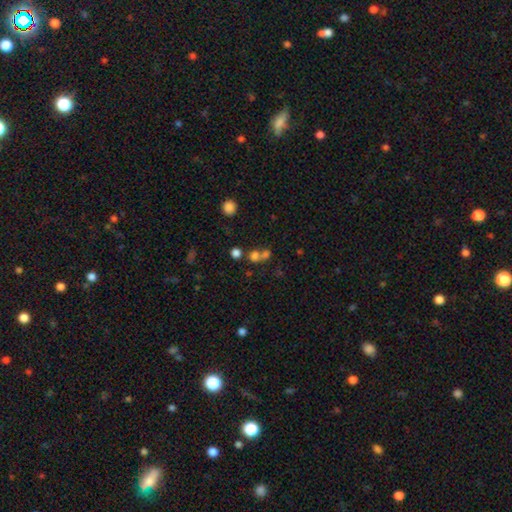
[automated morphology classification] A smooth galaxy with no disk features (64%) that is round (72%).

Vote fractions:
- Smooth or featured? smooth: 64% / star or artifact: 23% / featured or disk: 13%
- How rounded? round: 72% / in between: 26% / cigar-shaped: 2%
- Merging? merger: 52% / none: 37% / minor disturbance: 7% / major disturbance: 5%